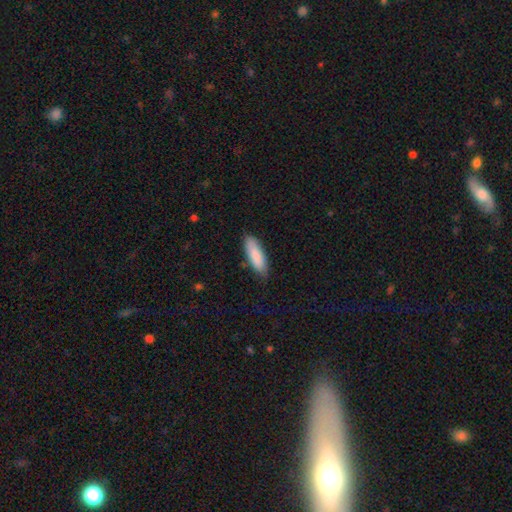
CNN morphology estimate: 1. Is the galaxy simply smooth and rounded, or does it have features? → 86% smooth, 9% featured or disk, 5% star or artifact.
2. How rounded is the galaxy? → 61% in between, 38% cigar-shaped, 1% round.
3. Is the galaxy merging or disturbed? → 79% none, 17% minor disturbance, 3% major disturbance, 1% merger.